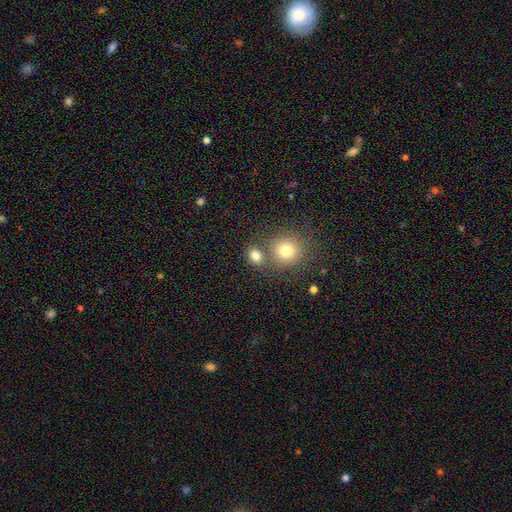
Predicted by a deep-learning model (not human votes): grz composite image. It shows a smooth galaxy with no disk features (79%) that is round (61%). Merging: none (63%).